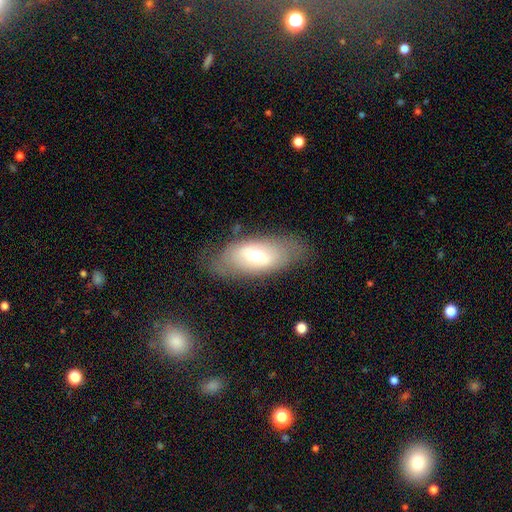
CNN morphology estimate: smooth_or_featured: featured or disk (p=0.47) [alt: smooth p=0.46]
merging: none (p=0.74) [alt: minor disturbance p=0.18]